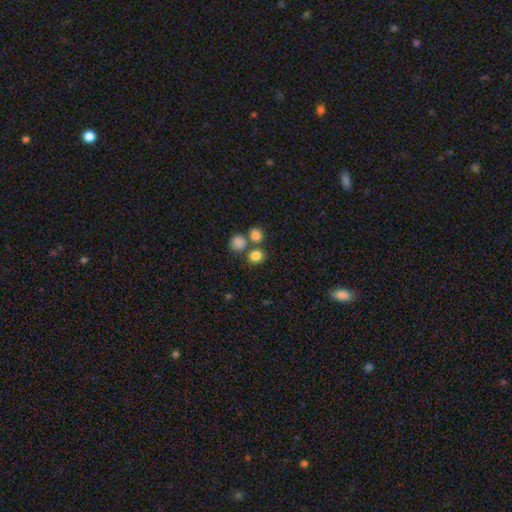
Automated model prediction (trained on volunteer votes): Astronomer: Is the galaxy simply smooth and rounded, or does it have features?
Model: smooth — 81%.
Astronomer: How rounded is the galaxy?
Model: round — 78%.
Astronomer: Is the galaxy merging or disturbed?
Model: none — 62%.